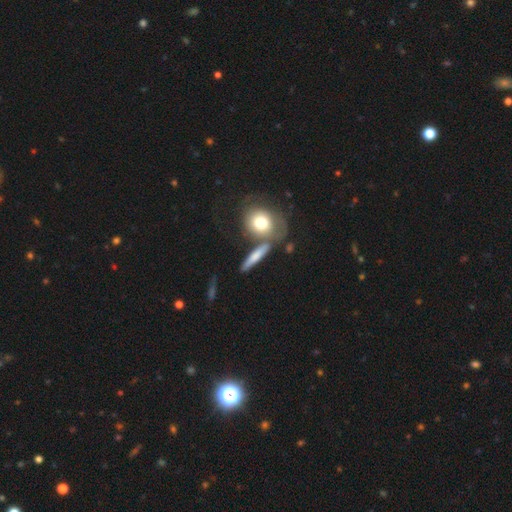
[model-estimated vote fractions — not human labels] The model was most divided on "smooth or featured": smooth: 64%, featured or disk: 29%, star or artifact: 7%. More confident: merging — none (64%); how rounded — cigar-shaped (60%).